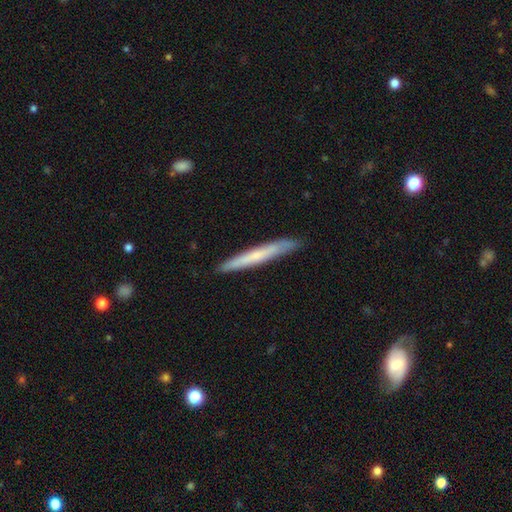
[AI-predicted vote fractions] Smooth or featured: smooth — 54% (featured or disk — 41%)
How rounded: cigar-shaped — 96% (in between — 3%)
Merging: none — 88% (minor disturbance — 9%)